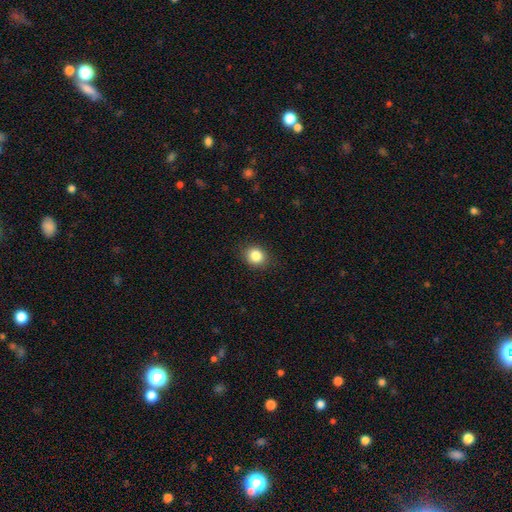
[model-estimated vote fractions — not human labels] Smooth or featured? Predicted: smooth (p=0.84). How rounded? Predicted: round (p=0.69). Merging? Predicted: none (p=0.88).